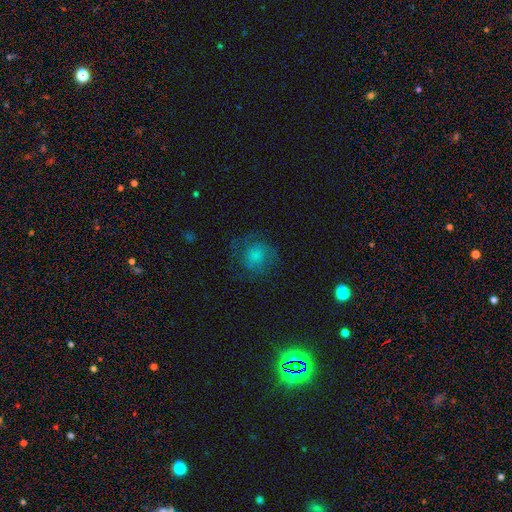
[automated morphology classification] Smooth or featured? Predicted: smooth (p=0.58). How rounded? Predicted: round (p=0.85). Merging? Predicted: none (p=0.67).